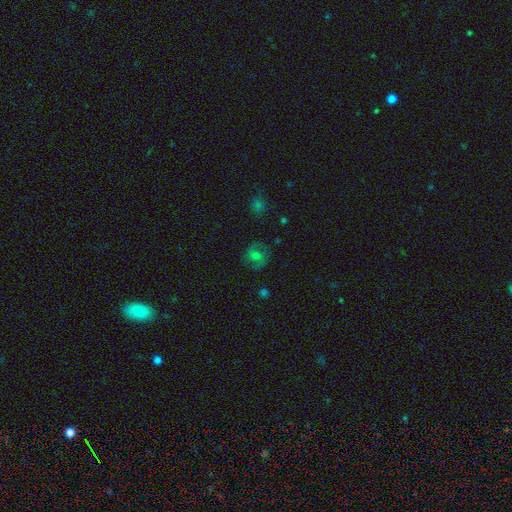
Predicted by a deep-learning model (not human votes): Overall: smooth (46%; featured or disk 40%). Merging: none (76%).